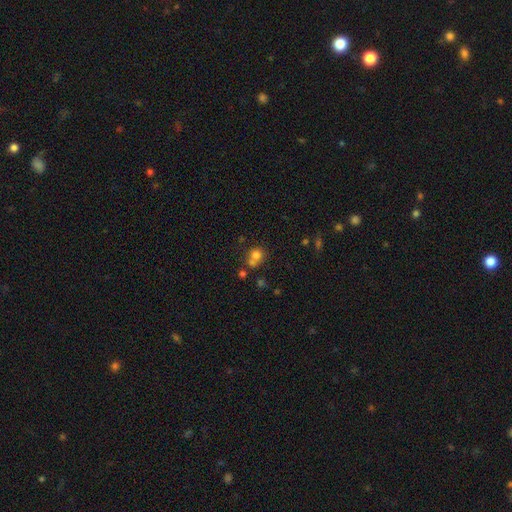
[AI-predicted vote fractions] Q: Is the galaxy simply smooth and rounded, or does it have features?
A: smooth — 73%.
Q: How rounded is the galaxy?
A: round — 78%.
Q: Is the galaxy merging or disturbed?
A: merger — 47%.